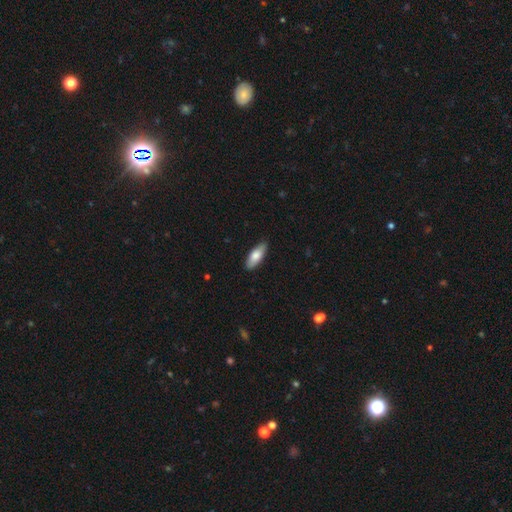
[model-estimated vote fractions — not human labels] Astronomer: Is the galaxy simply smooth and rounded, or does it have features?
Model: smooth — 76%.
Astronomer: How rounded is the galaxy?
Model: in between — 72%.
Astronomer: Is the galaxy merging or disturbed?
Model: none — 87%.